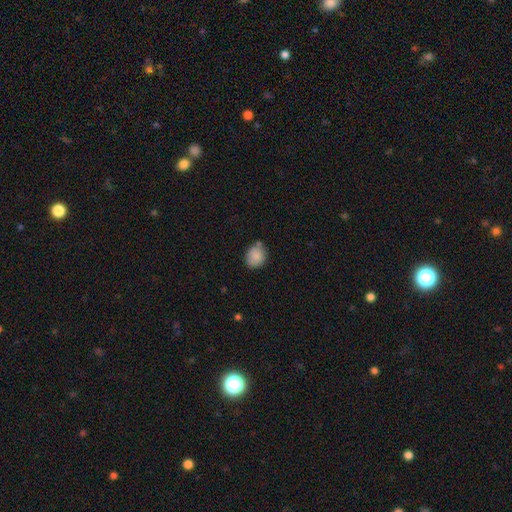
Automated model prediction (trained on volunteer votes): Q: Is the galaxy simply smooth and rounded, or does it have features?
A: smooth — 87%.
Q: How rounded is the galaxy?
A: round — 65%.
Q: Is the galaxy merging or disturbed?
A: none — 65%.